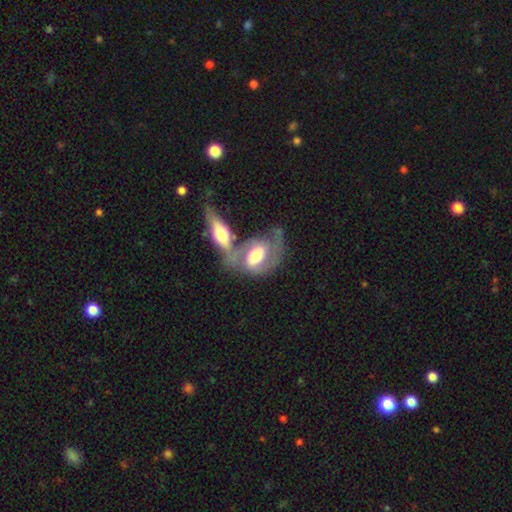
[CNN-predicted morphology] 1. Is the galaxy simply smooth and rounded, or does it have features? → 64% featured or disk, 31% smooth, 5% star or artifact.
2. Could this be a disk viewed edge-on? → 87% no, 13% yes.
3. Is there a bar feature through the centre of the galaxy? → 40% weak, 36% no, 24% strong.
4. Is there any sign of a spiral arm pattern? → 73% yes, 27% no.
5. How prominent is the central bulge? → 55% moderate, 32% large, 9% small, 2% dominant, 2% none.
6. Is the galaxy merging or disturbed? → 49% merger, 29% none, 13% minor disturbance, 9% major disturbance.